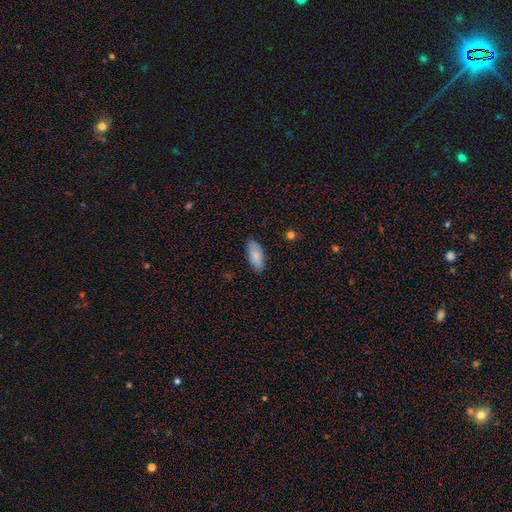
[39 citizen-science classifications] This appears to be a smooth galaxy with no disk features (90%) that is in between round and cigar-shaped (89%). Merging: none (73%).